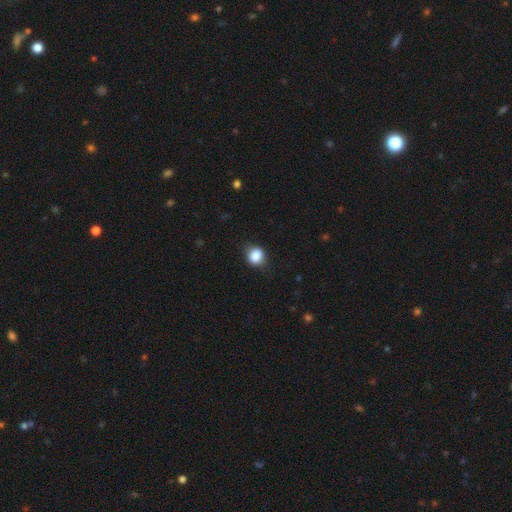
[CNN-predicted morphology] Overall: smooth (84%). How rounded: round (62%; in between 37%). Merging: none (77%).